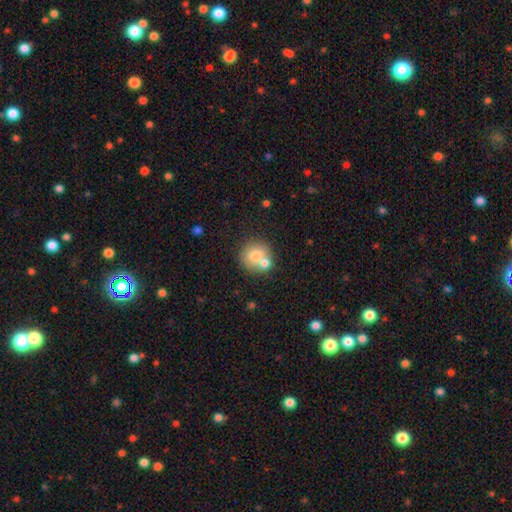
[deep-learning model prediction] smooth_or_featured: smooth (p=0.72) [alt: featured or disk p=0.18]
how_rounded: round (p=0.85) [alt: in between p=0.14]
merging: none (p=0.50) [alt: merger p=0.38]